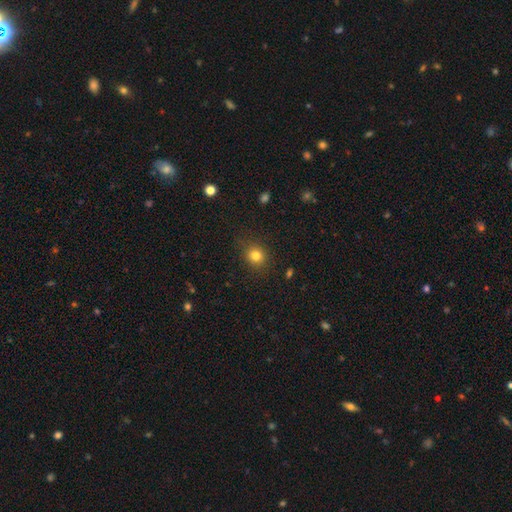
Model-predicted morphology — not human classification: type=smooth (81%); roundness=round (82%); merging=none (86%).